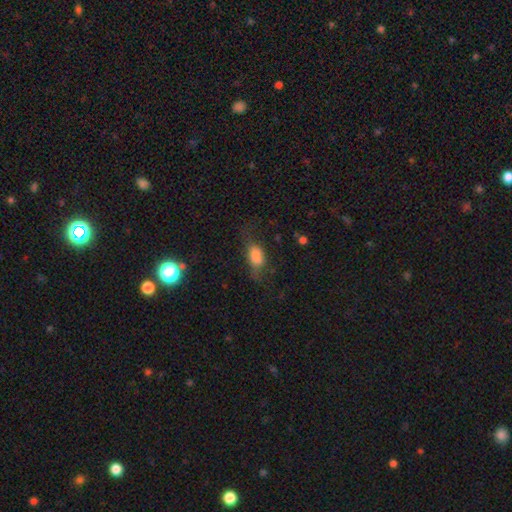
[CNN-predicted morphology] This appears to be a smooth galaxy with no disk features (74%) that is in between round and cigar-shaped (83%). Merging: none (46%).